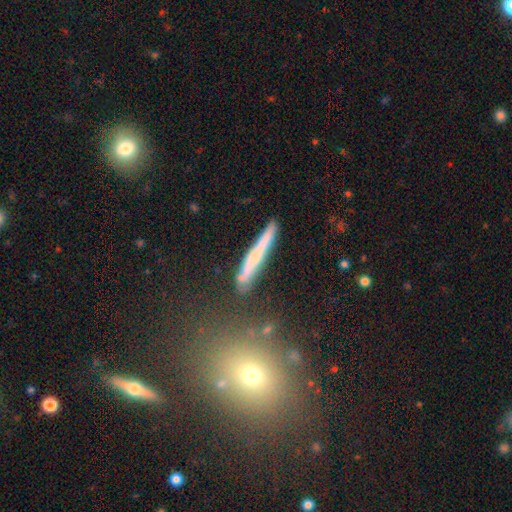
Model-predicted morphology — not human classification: Smooth or featured? smooth (53%)
How rounded? cigar-shaped (95%)
Merging? none (79%)